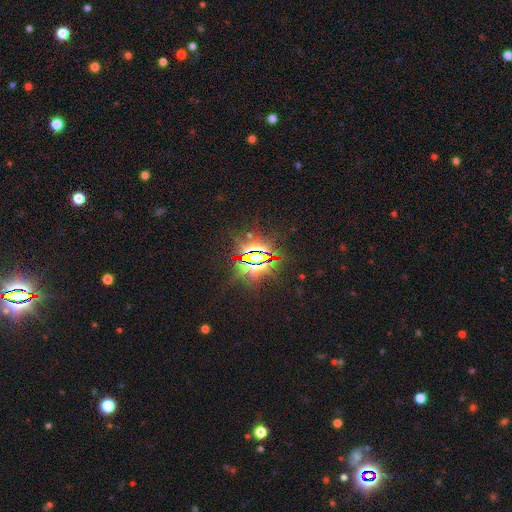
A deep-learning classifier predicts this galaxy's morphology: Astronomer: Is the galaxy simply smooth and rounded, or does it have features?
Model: star or artifact — 83%.